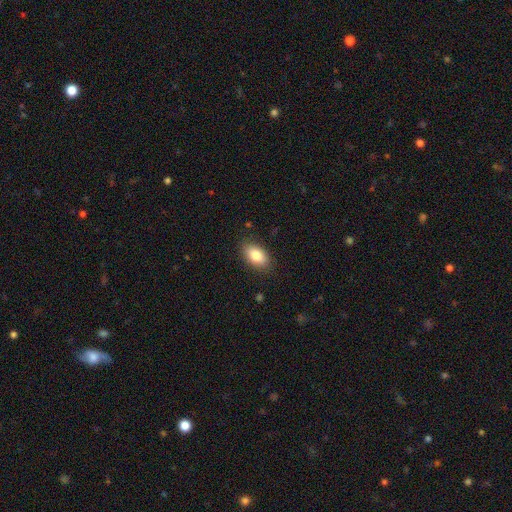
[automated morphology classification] smooth_or_featured: smooth (p=0.83) [alt: featured or disk p=0.10]
how_rounded: in between (p=0.91) [alt: round p=0.07]
merging: none (p=0.86) [alt: minor disturbance p=0.10]